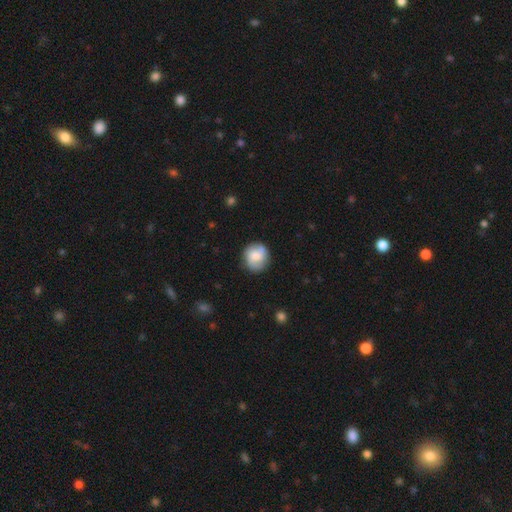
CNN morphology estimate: A smooth galaxy with no disk features (58%) that is round (84%).

Vote fractions:
- Smooth or featured? smooth: 58% / featured or disk: 34% / star or artifact: 7%
- How rounded? round: 84% / in between: 15% / cigar-shaped: 1%
- Merging? none: 77% / minor disturbance: 16% / major disturbance: 5% / merger: 2%